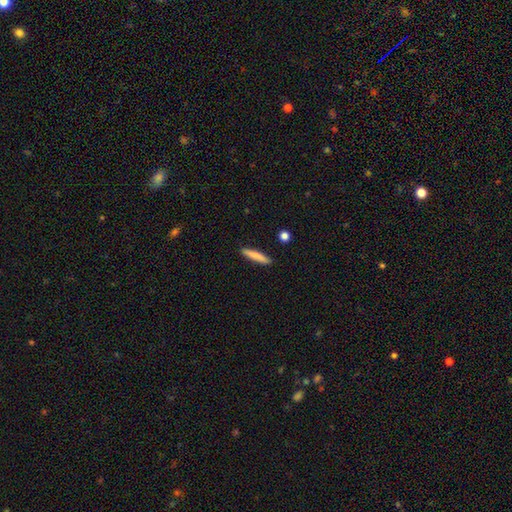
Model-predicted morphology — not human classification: smooth-or-featured: smooth: 81% | featured or disk: 13% | star or artifact: 6%
  how-rounded: cigar-shaped: 91% | in between: 7% | round: 1%
  merging: none: 90% | minor disturbance: 7% | merger: 2% | major disturbance: 2%